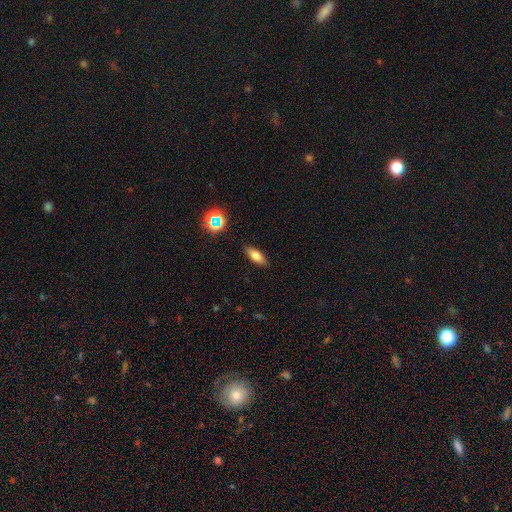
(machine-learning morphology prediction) Q: Smooth or featured?
A: smooth (75%); runner-up: featured or disk (14%)
Q: How rounded?
A: in between (73%); runner-up: cigar-shaped (23%)
Q: Merging?
A: none (87%); runner-up: minor disturbance (9%)